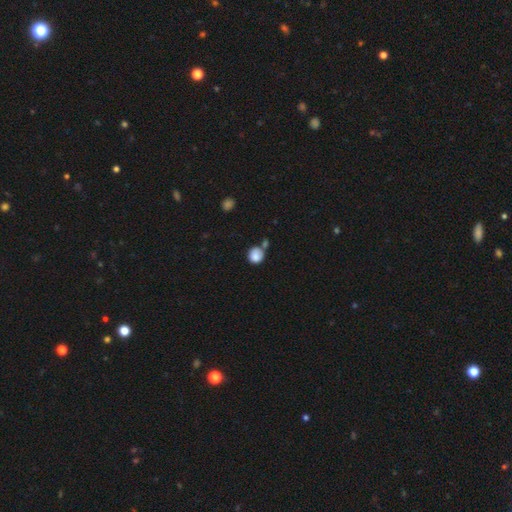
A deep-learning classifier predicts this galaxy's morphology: Smooth or featured? Predicted: smooth (p=0.84). How rounded? Predicted: round (p=0.85). Merging? Predicted: none (p=0.53).